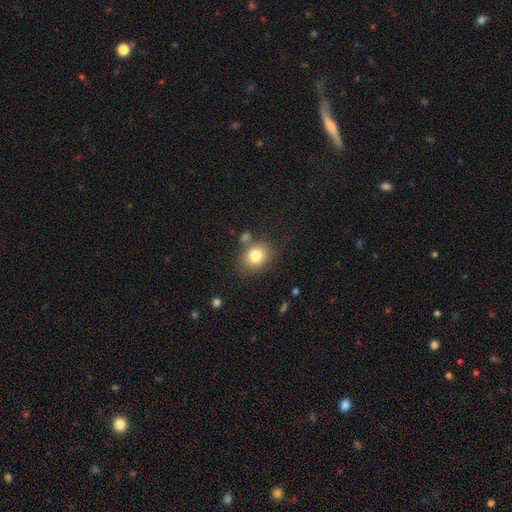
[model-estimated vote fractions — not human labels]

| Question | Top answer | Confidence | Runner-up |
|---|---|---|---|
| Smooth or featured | smooth | 80% | star or artifact (10%) |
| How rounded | round | 56% | in between (44%) |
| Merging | none | 71% | minor disturbance (14%) |